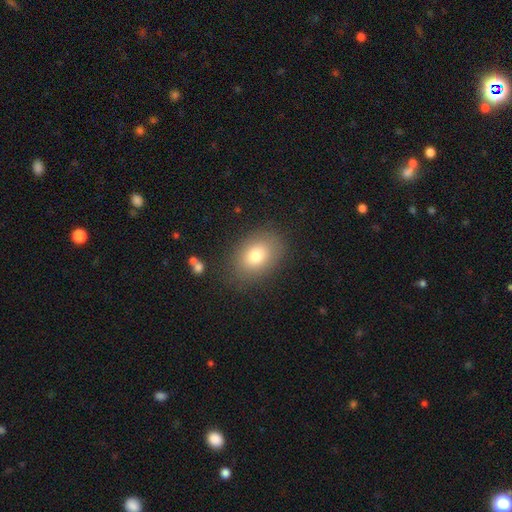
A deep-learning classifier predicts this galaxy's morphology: Smooth or featured: smooth — 77% (featured or disk — 14%)
How rounded: in between — 77% (round — 22%)
Merging: none — 83% (minor disturbance — 11%)